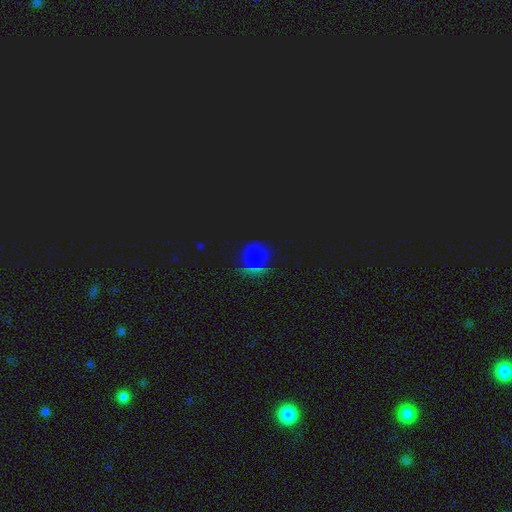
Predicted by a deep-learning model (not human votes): A smooth galaxy with no disk features (47%).

Vote fractions:
- Smooth or featured? smooth: 47% / star or artifact: 43% / featured or disk: 10%
- Merging? none: 66% / minor disturbance: 15% / merger: 10% / major disturbance: 9%